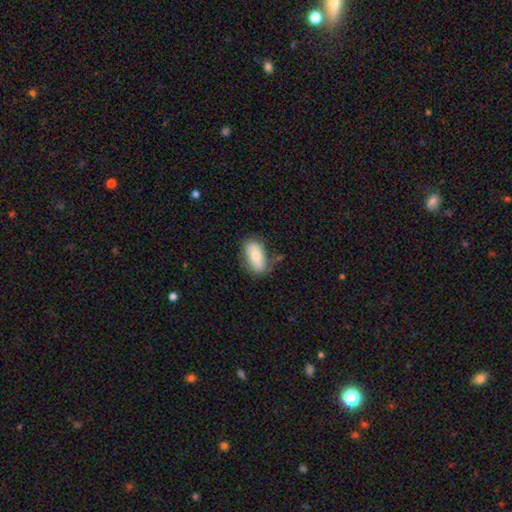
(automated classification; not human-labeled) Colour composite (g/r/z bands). It shows a smooth galaxy with no disk features (67%) that is in between round and cigar-shaped (91%). Merging: none (63%).